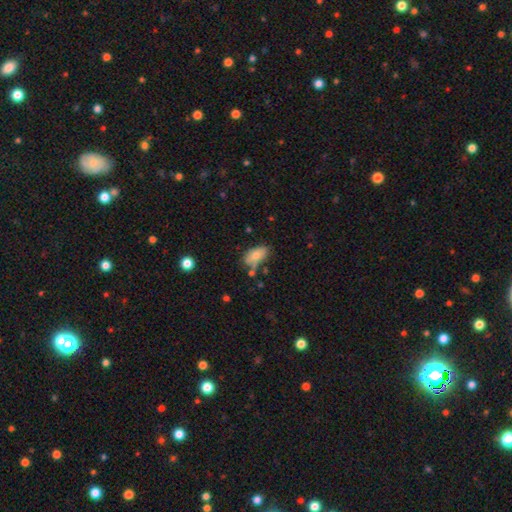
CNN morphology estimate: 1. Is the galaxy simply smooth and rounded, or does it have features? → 76% smooth, 16% featured or disk, 8% star or artifact.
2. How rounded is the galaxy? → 92% in between, 4% round, 4% cigar-shaped.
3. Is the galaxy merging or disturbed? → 53% none, 26% minor disturbance, 12% merger, 8% major disturbance.